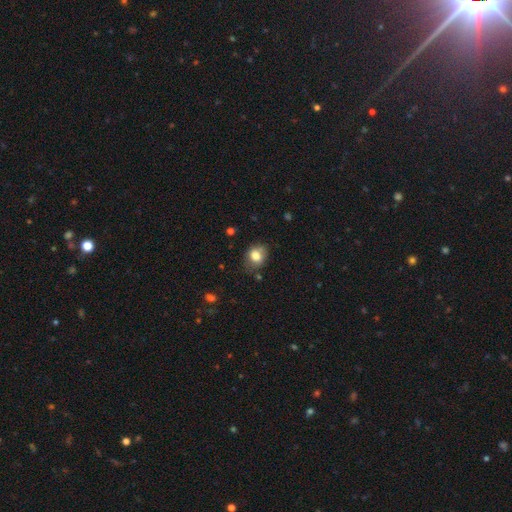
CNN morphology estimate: type=smooth (79%); roundness=round (55%); merging=none (66%).